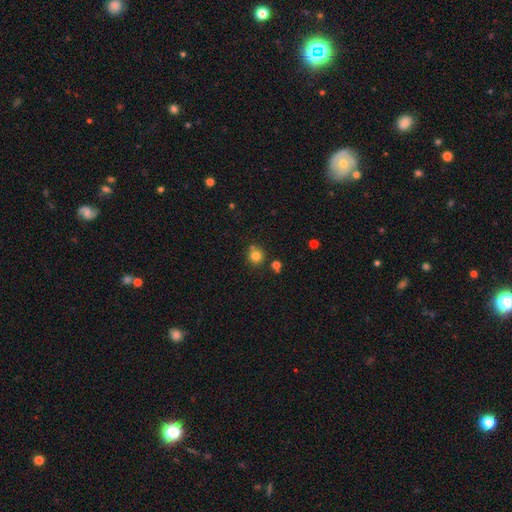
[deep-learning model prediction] A smooth galaxy with no disk features (81%) that is round (93%). Merging: none (75%).